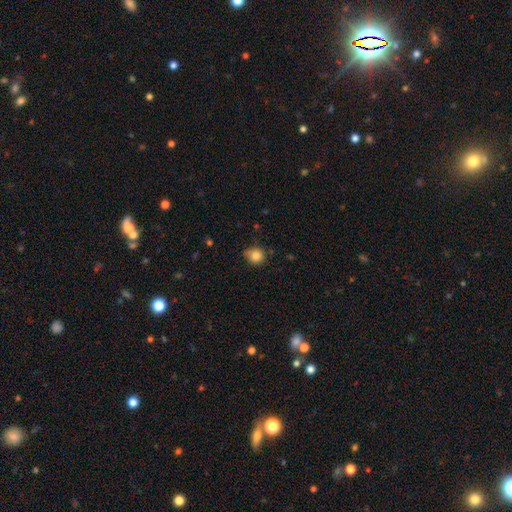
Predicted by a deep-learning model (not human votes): Smooth or featured: smooth — 84% (star or artifact — 10%)
How rounded: round — 83% (in between — 16%)
Merging: none — 71% (minor disturbance — 23%)